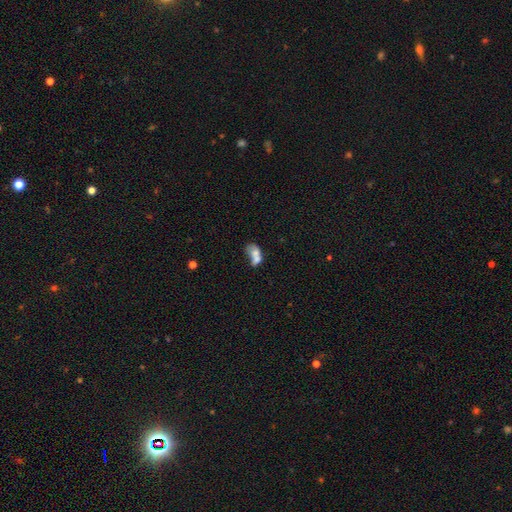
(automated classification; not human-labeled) Morphology: type=smooth (61%); roundness=in between (77%); merging=merger (65%).